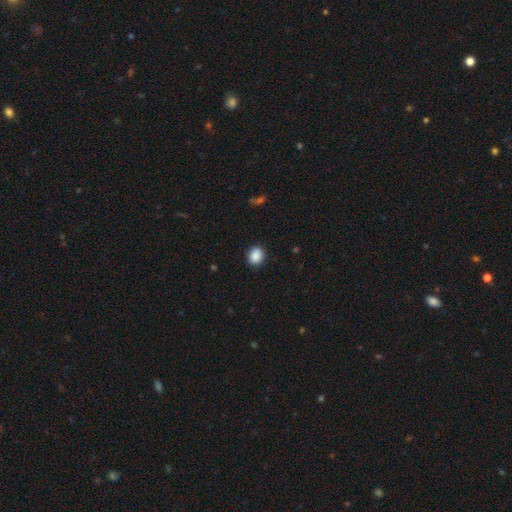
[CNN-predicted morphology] Smooth or featured?
  - smooth: 89% *
  - star or artifact: 8%
  - featured or disk: 3%
How rounded?
  - round: 69% *
  - in between: 30%
  - cigar-shaped: 1%
Merging?
  - none: 90% *
  - minor disturbance: 7%
  - major disturbance: 2%
  - merger: 1%